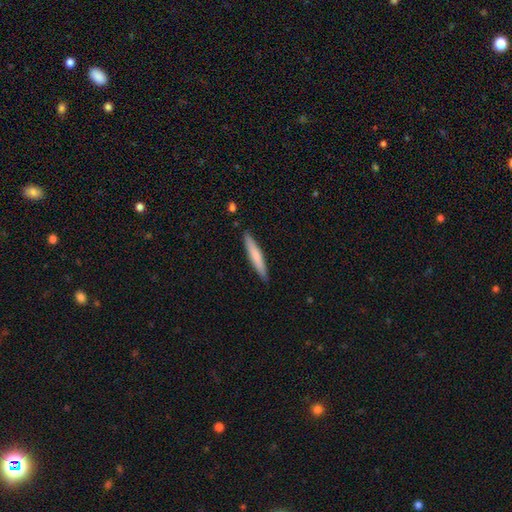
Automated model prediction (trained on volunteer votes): The model was most divided on "smooth or featured": smooth: 69%, featured or disk: 26%, star or artifact: 5%. More confident: how rounded — cigar-shaped (93%); merging — none (89%).